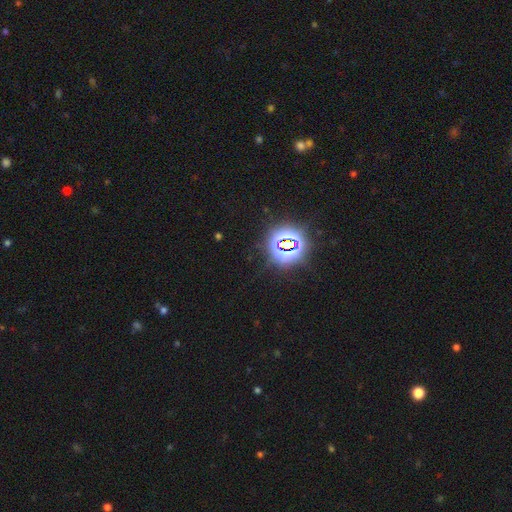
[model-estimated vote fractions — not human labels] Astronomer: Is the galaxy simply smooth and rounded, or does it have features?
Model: star or artifact — 83%.